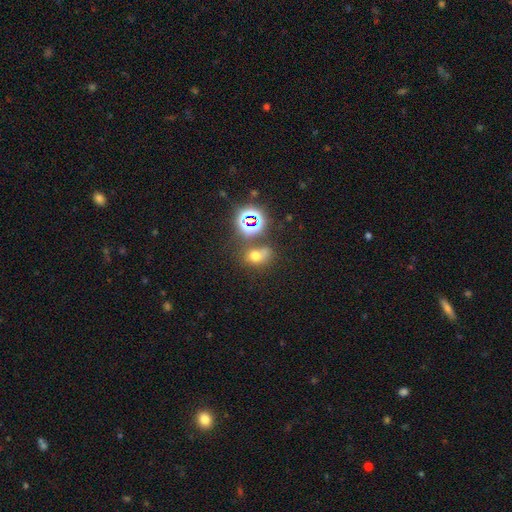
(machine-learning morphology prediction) smooth 56%, star or artifact 32%, featured or disk 12%. Down the decision tree: how rounded — round (51%); merging — none (49%).